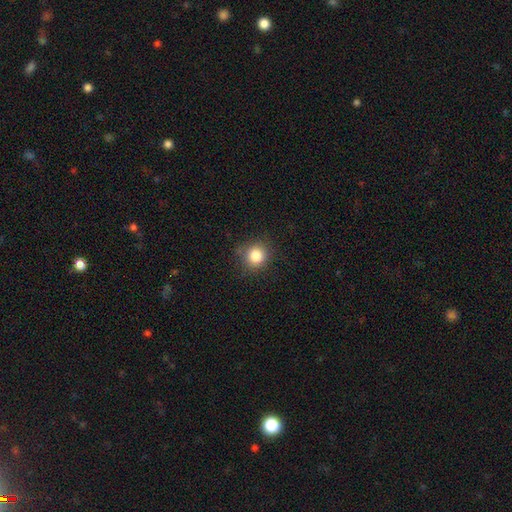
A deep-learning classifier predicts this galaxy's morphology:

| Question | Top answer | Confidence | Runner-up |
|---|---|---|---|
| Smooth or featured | smooth | 83% | star or artifact (11%) |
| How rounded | round | 87% | in between (12%) |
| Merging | none | 82% | minor disturbance (13%) |